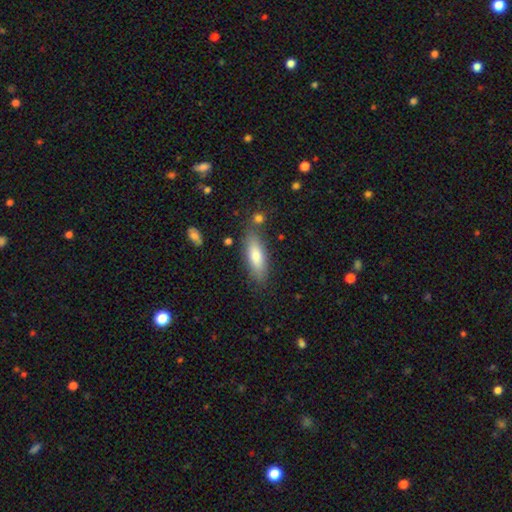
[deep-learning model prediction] This appears to be a smooth galaxy with no disk features (75%) that is in between round and cigar-shaped (49%, tied with cigar-shaped). Merging: none (79%).